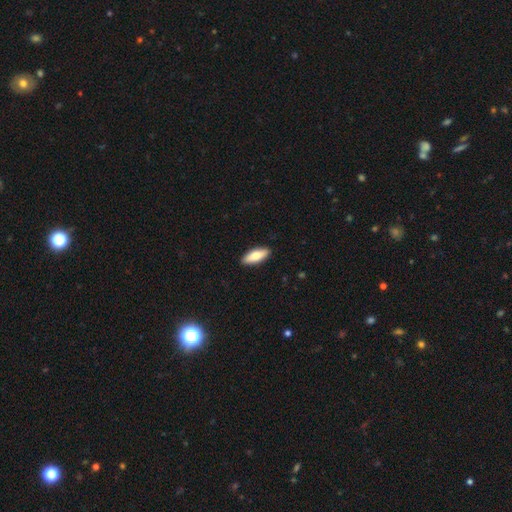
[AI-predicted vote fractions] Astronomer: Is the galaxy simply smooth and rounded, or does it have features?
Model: smooth — 71%.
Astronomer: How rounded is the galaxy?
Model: in between — 67%.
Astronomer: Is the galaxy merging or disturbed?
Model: none — 91%.